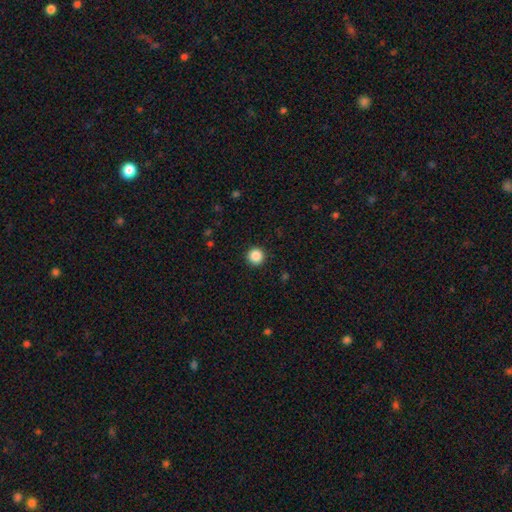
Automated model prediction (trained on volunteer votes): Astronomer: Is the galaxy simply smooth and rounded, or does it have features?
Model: smooth — 87%.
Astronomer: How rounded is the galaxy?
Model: round — 96%.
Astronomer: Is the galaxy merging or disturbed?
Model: none — 93%.